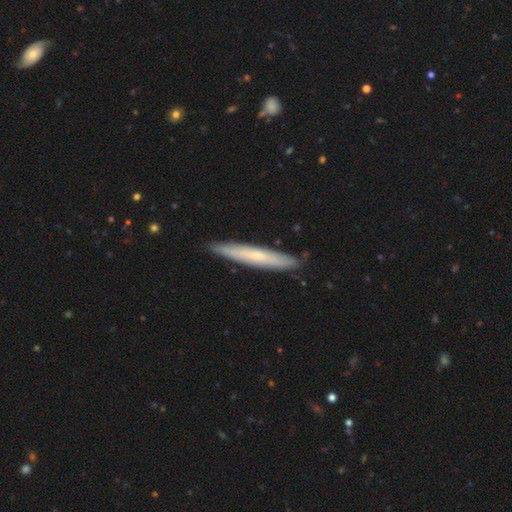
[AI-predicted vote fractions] This appears to be a smooth galaxy with no disk features (48%). Merging: none (88%).